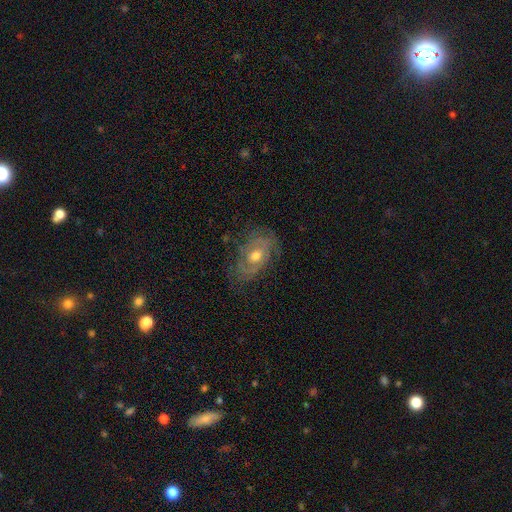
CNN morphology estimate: A featured or disk galaxy (78%) with no bar (64%), 2 (42%) tight (56%) spiral arms (84%) and a moderate central bulge (72%).

Vote fractions:
- Smooth or featured? featured or disk: 78% / smooth: 15% / star or artifact: 7%
- Edge-on disk? no: 95% / yes: 5%
- Bar? no: 64% / weak: 30% / strong: 6%
- Spiral arms? yes: 84% / no: 16%
- Spiral winding? tight: 56% / medium: 33% / loose: 11%
- Spiral arm count? 2: 42% / can't tell: 36% / 3: 10% / 1: 5% / 4: 4% / more than 4: 3%
- Bulge size? moderate: 72% / small: 21% / large: 5% / none: 1% / dominant: 1%
- Merging? none: 69% / minor disturbance: 20% / major disturbance: 9% / merger: 1%